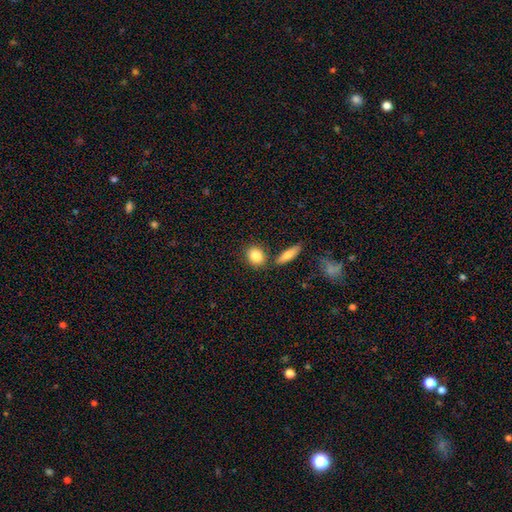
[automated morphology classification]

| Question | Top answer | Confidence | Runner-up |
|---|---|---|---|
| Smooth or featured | smooth | 84% | featured or disk (8%) |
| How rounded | round | 62% | in between (34%) |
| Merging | none | 75% | merger (12%) |